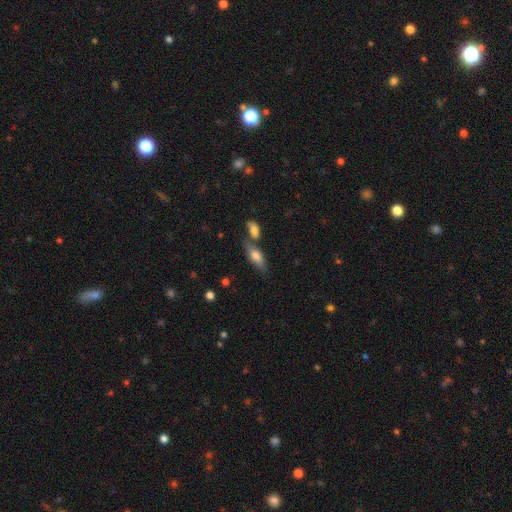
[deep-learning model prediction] Morphology: type=smooth (63%); roundness=in between (66%); merging=none (55%).